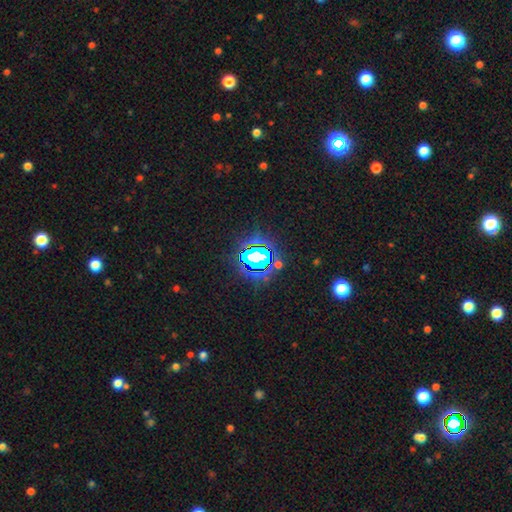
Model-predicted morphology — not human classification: star or artifact 73%, smooth 17%, featured or disk 10%.